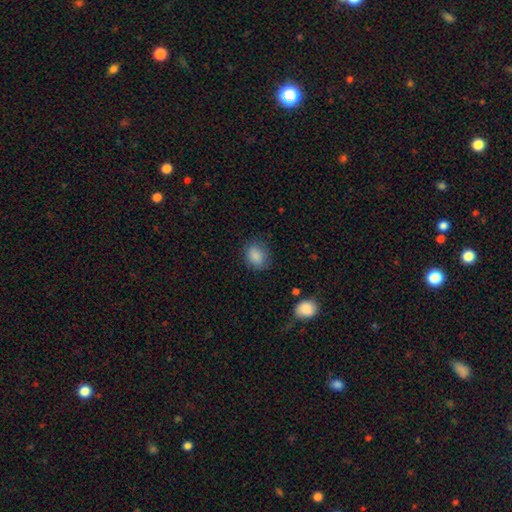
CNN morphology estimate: Overall: smooth (87%). How rounded: in between (55%; round 44%). Merging: none (80%).